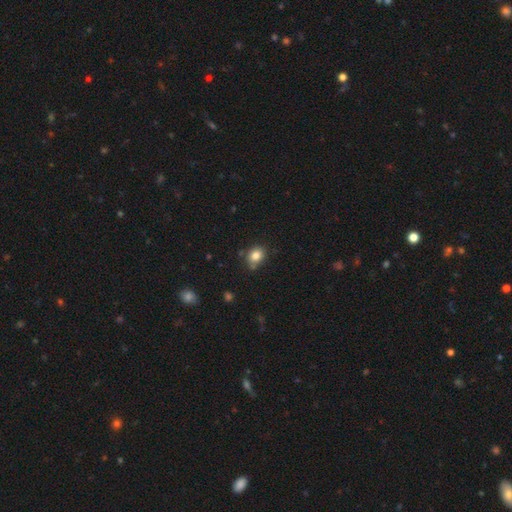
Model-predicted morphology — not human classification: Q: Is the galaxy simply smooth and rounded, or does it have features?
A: smooth — 82%.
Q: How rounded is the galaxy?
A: round — 52%.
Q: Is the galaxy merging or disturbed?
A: none — 70%.